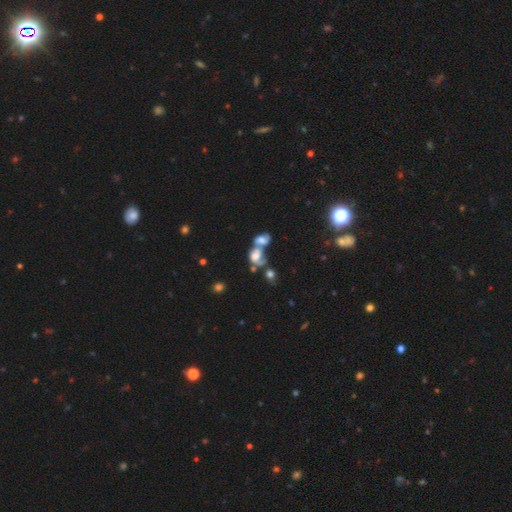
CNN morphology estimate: This is possibly a featured or disk galaxy (45%). Merging: likely merger (74%).